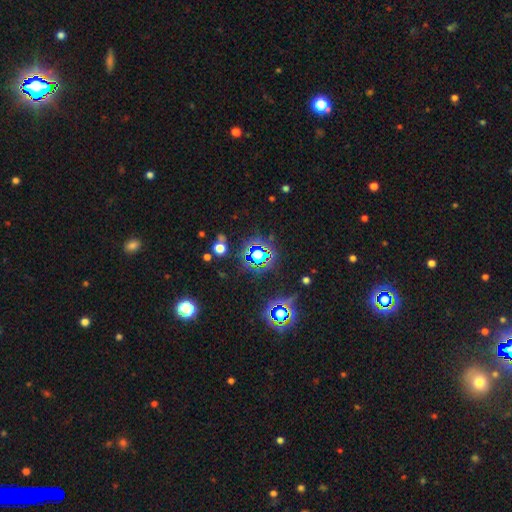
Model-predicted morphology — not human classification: A star or artifact, not a galaxy (77%).

Vote fractions:
- Smooth or featured? star or artifact: 77% / smooth: 14% / featured or disk: 8%